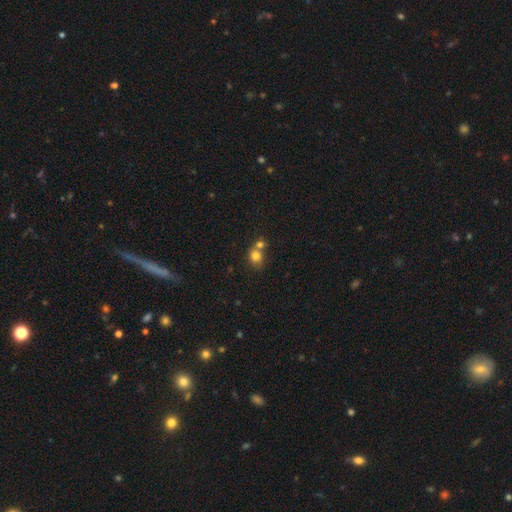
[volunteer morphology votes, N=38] Volunteers were most divided on "merging": merger: 53%, none: 22%, minor disturbance: 14%, major disturbance: 11%. More confident: smooth or featured — smooth (84%); how rounded — round (69%).